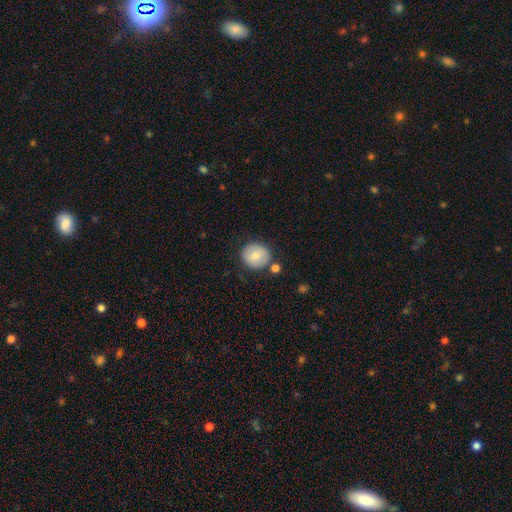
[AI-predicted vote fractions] Smooth or featured?
  - smooth: 79% *
  - featured or disk: 14%
  - star or artifact: 8%
How rounded?
  - round: 87% *
  - in between: 12%
  - cigar-shaped: 1%
Merging?
  - none: 80% *
  - minor disturbance: 11%
  - merger: 7%
  - major disturbance: 3%